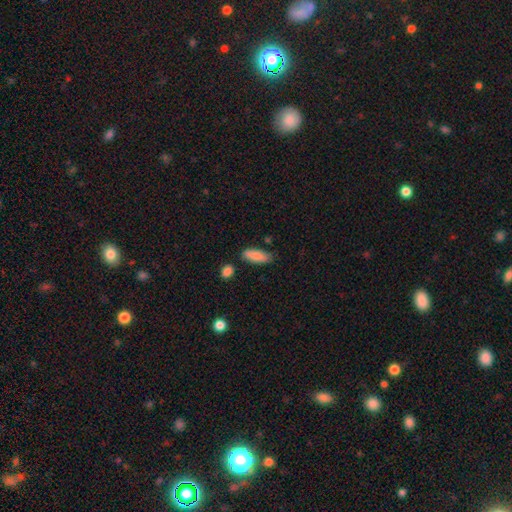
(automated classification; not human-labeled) Smooth or featured: smooth — 85% (featured or disk — 9%)
How rounded: in between — 65% (cigar-shaped — 33%)
Merging: none — 76% (minor disturbance — 16%)